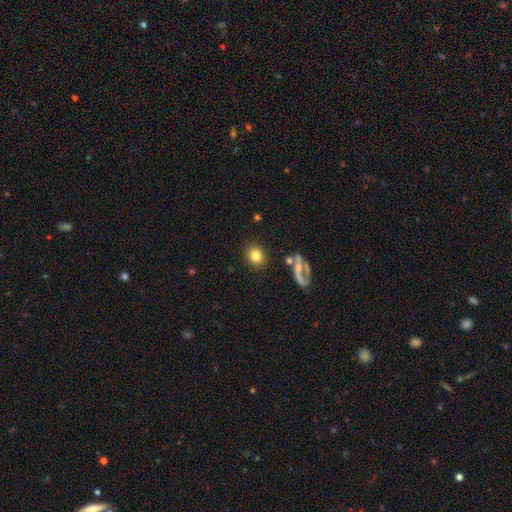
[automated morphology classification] Smooth or featured? Predicted: smooth (p=0.79). How rounded? Predicted: round (p=0.75). Merging? Predicted: none (p=0.83).